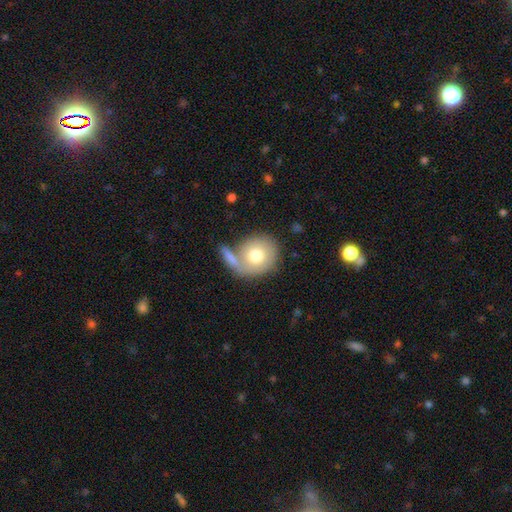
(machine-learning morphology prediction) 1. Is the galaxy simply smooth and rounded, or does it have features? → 72% smooth, 22% featured or disk, 6% star or artifact.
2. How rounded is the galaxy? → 79% round, 20% in between, 1% cigar-shaped.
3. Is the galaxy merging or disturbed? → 52% none, 26% merger, 14% minor disturbance, 8% major disturbance.